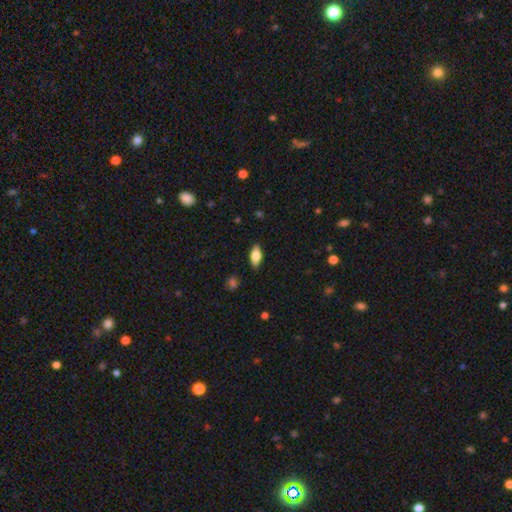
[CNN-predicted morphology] The model was most divided on "smooth or featured": smooth: 73%, featured or disk: 20%, star or artifact: 7%. More confident: merging — none (87%); how rounded — in between (84%).